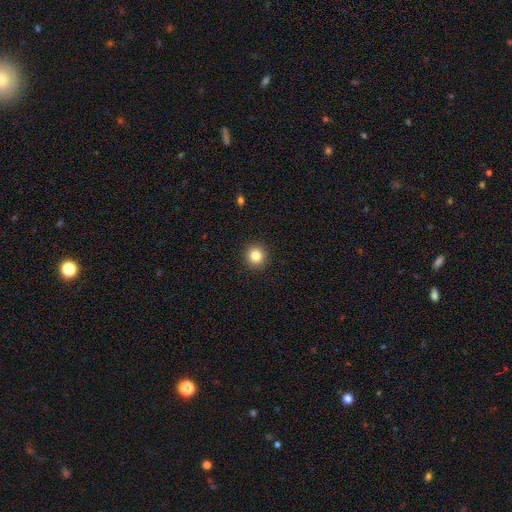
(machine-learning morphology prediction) A smooth galaxy with no disk features (83%) that is round (94%).

Vote fractions:
- Smooth or featured? smooth: 83% / star or artifact: 11% / featured or disk: 6%
- How rounded? round: 94% / in between: 5% / cigar-shaped: 1%
- Merging? none: 93% / minor disturbance: 5% / major disturbance: 2% / merger: 1%